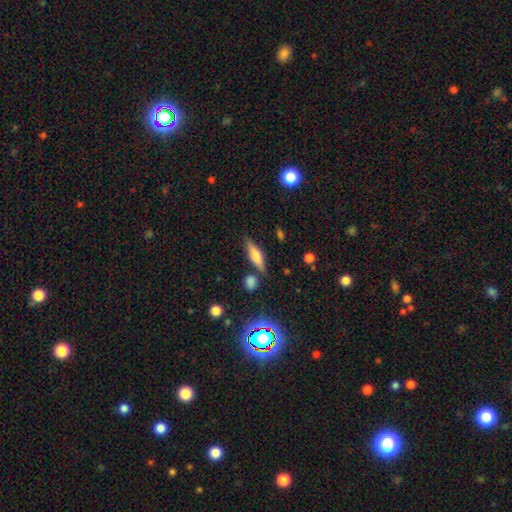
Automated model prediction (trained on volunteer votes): The model was most divided on "smooth or featured": smooth: 50%, featured or disk: 40%, star or artifact: 10%. More confident: merging — none (78%); how rounded — cigar-shaped (60%).